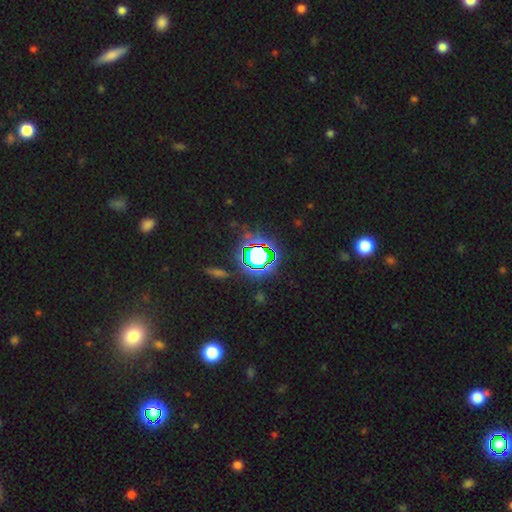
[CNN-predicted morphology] star or artifact 81%, smooth 12%, featured or disk 7%.